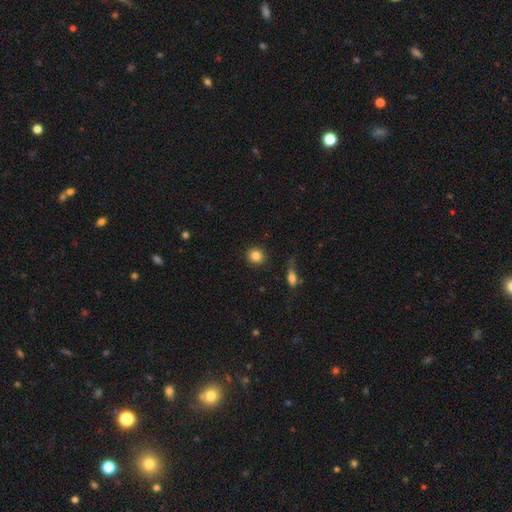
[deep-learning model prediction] Smooth or featured? Predicted: smooth (p=0.85). How rounded? Predicted: round (p=0.88). Merging? Predicted: none (p=0.89).